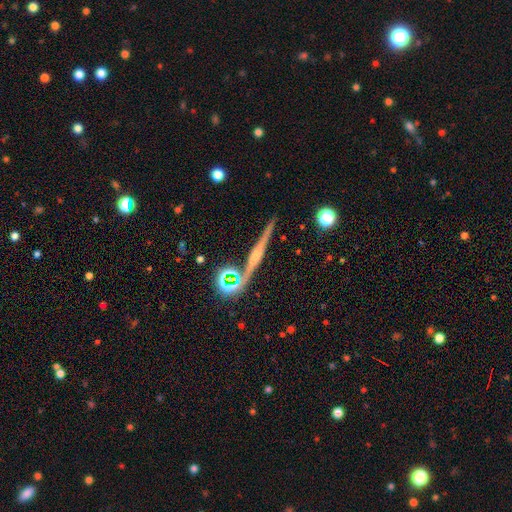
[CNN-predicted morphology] The model was most divided on "edge-on bulge": rounded: 66%, none: 17%, boxy: 16%. More confident: edge-on disk — yes (95%); merging — none (78%); smooth or featured — featured or disk (73%).